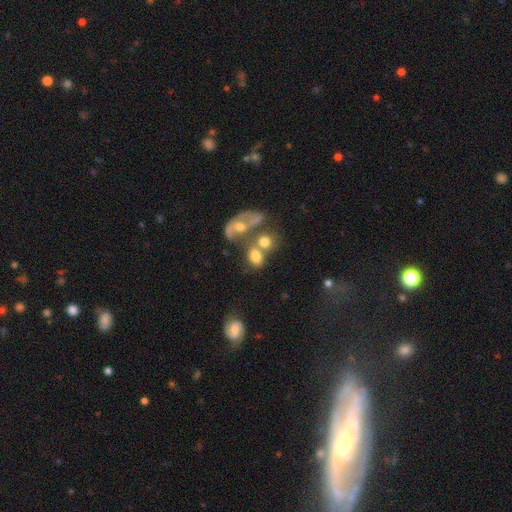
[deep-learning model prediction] Smooth or featured?
  - smooth: 64% *
  - featured or disk: 25%
  - star or artifact: 11%
How rounded?
  - in between: 72% *
  - round: 26%
  - cigar-shaped: 2%
Merging?
  - merger: 47% *
  - none: 28%
  - minor disturbance: 14%
  - major disturbance: 11%